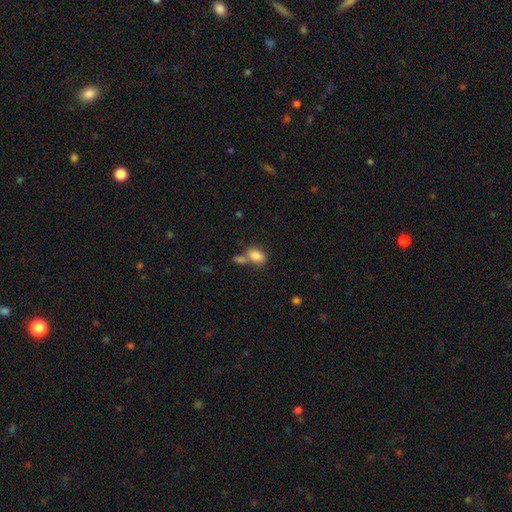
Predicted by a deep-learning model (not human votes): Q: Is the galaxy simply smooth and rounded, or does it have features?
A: smooth — 84%.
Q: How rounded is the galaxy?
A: in between — 85%.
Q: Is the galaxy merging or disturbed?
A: none — 45%.